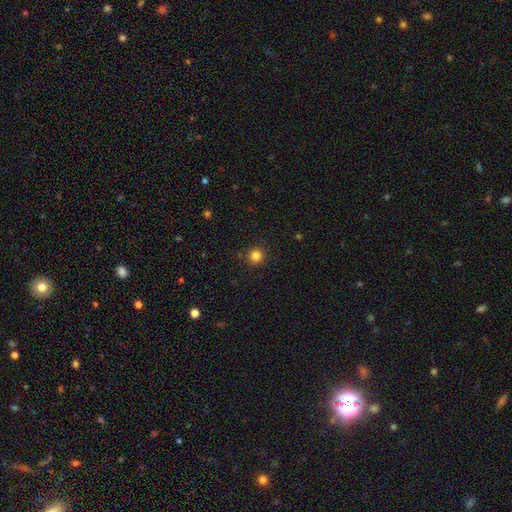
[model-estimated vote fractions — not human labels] A smooth galaxy with no disk features (84%) that is round (94%).

Vote fractions:
- Smooth or featured? smooth: 84% / star or artifact: 13% / featured or disk: 4%
- How rounded? round: 94% / in between: 5% / cigar-shaped: 1%
- Merging? none: 90% / minor disturbance: 6% / major disturbance: 2% / merger: 1%